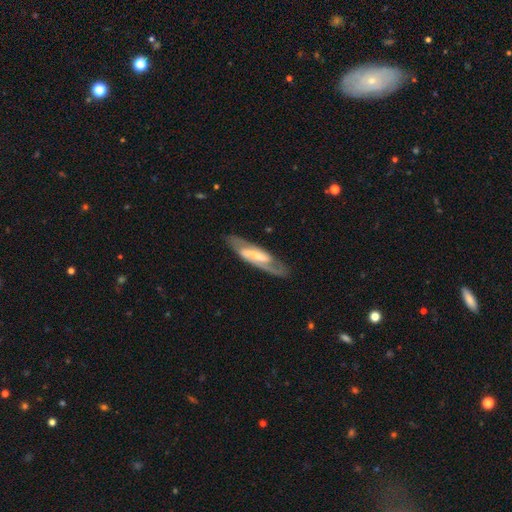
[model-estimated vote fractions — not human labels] Smooth or featured? featured or disk (81%)
Edge-on disk? no (86%)
Bar? strong (61%)
Spiral arms? yes (90%)
Spiral winding? medium (50%)
Spiral arm count? 2 (86%)
Bulge size? small (38%)
Merging? none (79%)